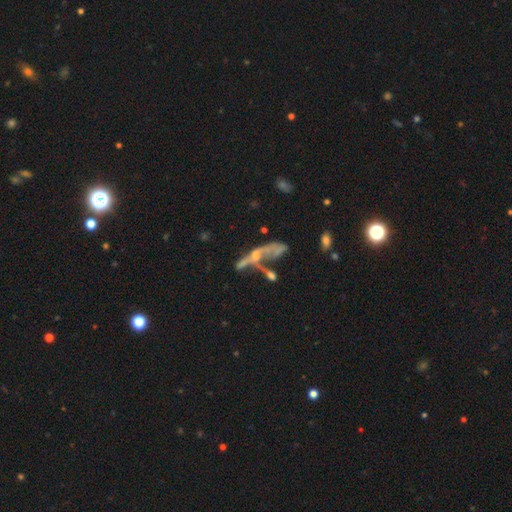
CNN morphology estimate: Q: Smooth or featured?
A: featured or disk (58%); runner-up: smooth (25%)
Q: Edge-on disk?
A: no (67%); runner-up: yes (33%)
Q: Merging?
A: merger (39%); runner-up: major disturbance (27%)